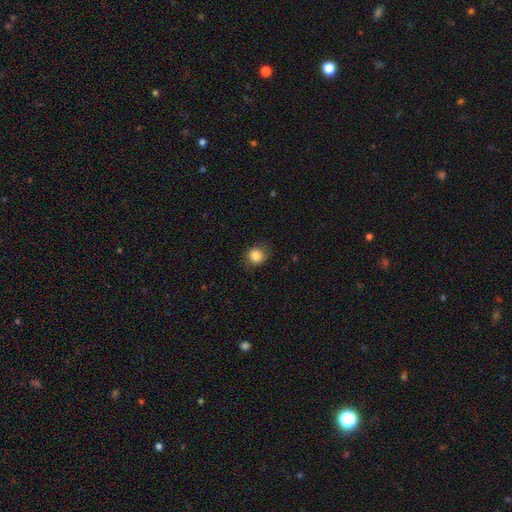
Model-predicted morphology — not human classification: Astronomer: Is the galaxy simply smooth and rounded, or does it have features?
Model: smooth — 84%.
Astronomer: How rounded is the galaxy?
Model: round — 77%.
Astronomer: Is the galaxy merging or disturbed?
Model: none — 78%.